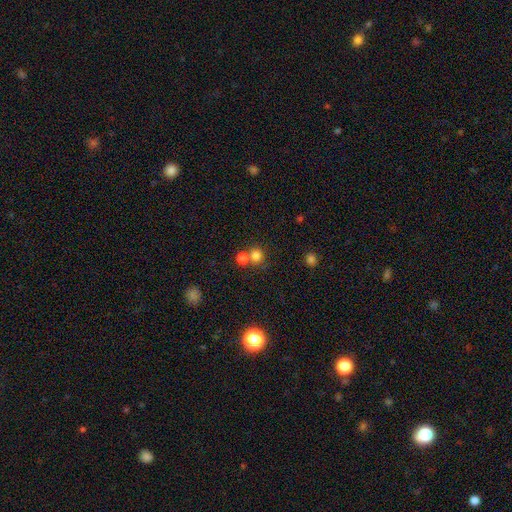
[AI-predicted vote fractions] Q: Smooth or featured?
A: smooth (79%); runner-up: star or artifact (15%)
Q: How rounded?
A: round (88%); runner-up: in between (11%)
Q: Merging?
A: none (55%); runner-up: merger (36%)